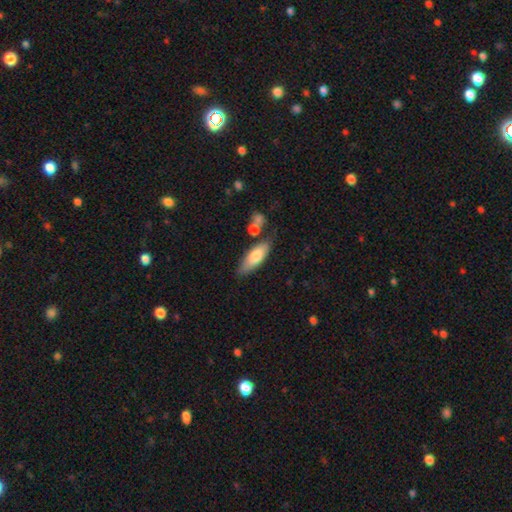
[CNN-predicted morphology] smooth 76%, featured or disk 19%, star or artifact 6%. Down the decision tree: how rounded — in between (64%); merging — none (71%).